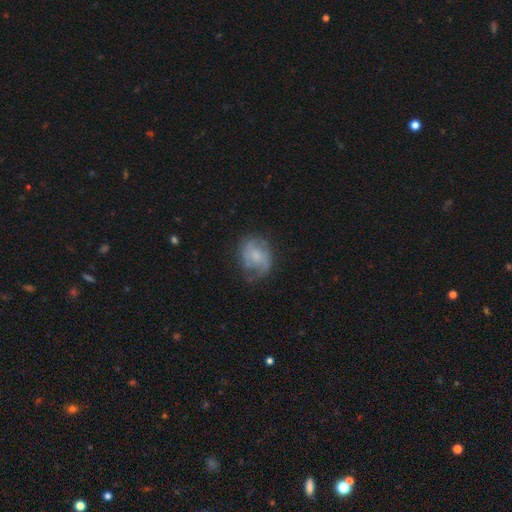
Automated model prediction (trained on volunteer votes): smooth_or_featured: featured or disk (p=0.52) [alt: smooth p=0.39]
disk_edge_on: no (p=0.97) [alt: yes p=0.03]
bar: no (p=0.63) [alt: weak p=0.32]
has_spiral_arms: yes (p=0.79) [alt: no p=0.21]
bulge_size: small (p=0.35) [alt: moderate p=0.31]
merging: none (p=0.60) [alt: minor disturbance p=0.25]